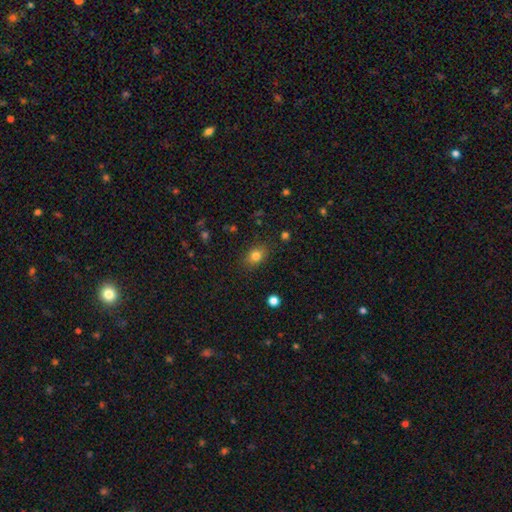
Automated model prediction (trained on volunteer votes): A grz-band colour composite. It shows a smooth galaxy with no disk features (81%) that is in between round and cigar-shaped (63%). Merging: none (83%).